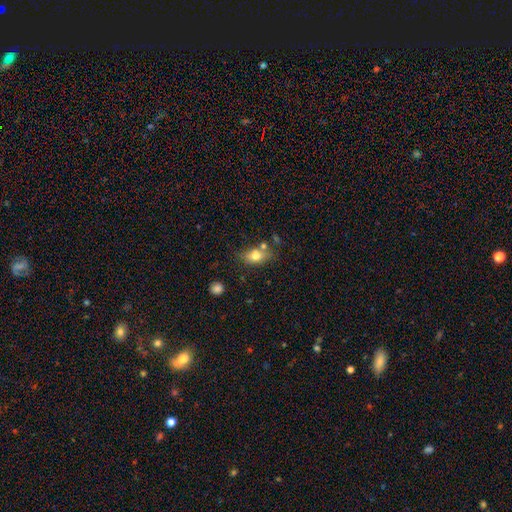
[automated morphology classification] Q: Smooth or featured?
A: smooth (74%); runner-up: featured or disk (17%)
Q: How rounded?
A: in between (78%); runner-up: round (16%)
Q: Merging?
A: none (64%); runner-up: minor disturbance (17%)